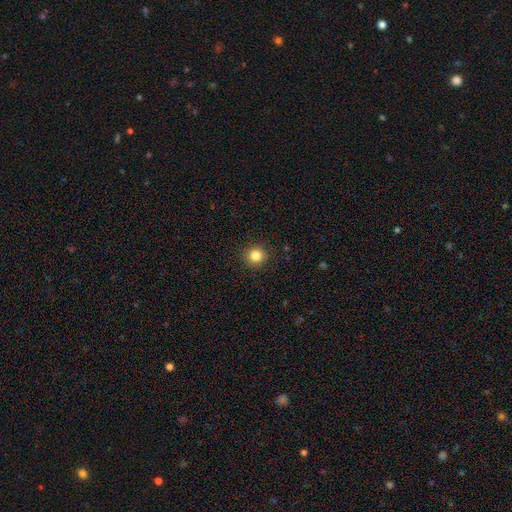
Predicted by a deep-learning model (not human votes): Smooth or featured? smooth (84%)
How rounded? round (94%)
Merging? none (92%)